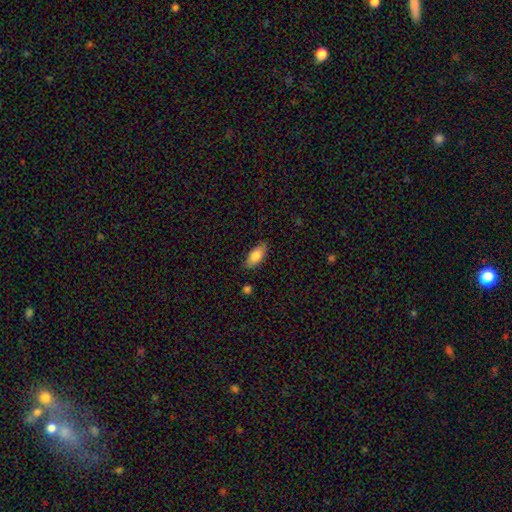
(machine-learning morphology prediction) Smooth or featured? smooth (81%)
How rounded? in between (87%)
Merging? none (84%)